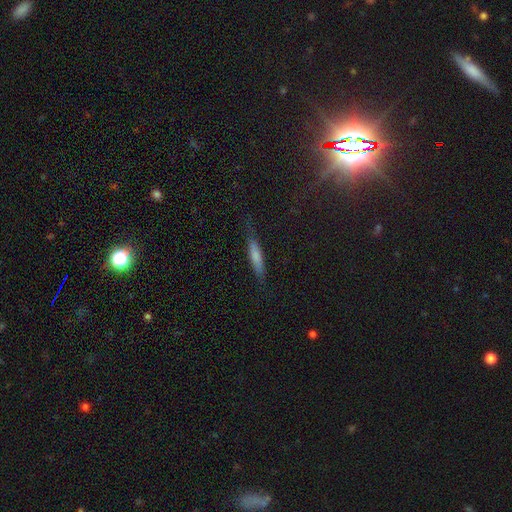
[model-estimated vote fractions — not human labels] Smooth or featured? smooth (68%)
How rounded? cigar-shaped (85%)
Merging? none (77%)